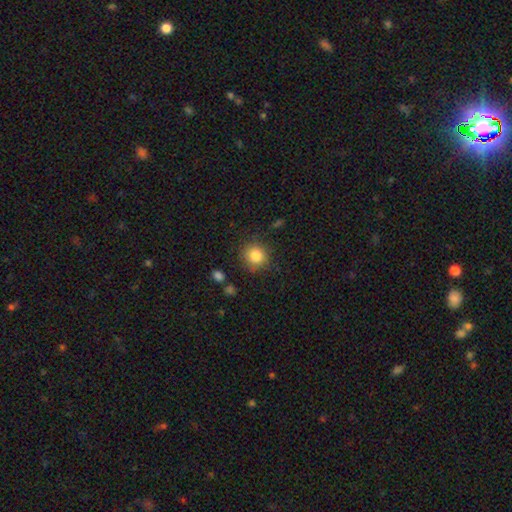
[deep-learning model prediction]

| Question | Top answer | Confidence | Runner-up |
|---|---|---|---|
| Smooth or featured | smooth | 83% | star or artifact (10%) |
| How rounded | round | 90% | in between (9%) |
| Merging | none | 84% | minor disturbance (11%) |